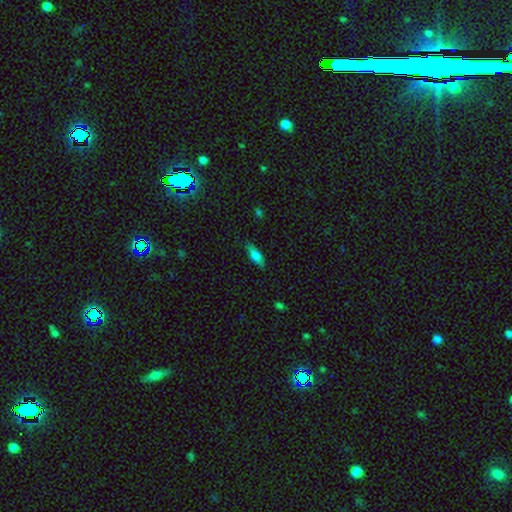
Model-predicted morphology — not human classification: Q: Smooth or featured?
A: smooth (62%); runner-up: featured or disk (31%)
Q: How rounded?
A: in between (50%); runner-up: cigar-shaped (48%)
Q: Merging?
A: none (85%); runner-up: minor disturbance (11%)